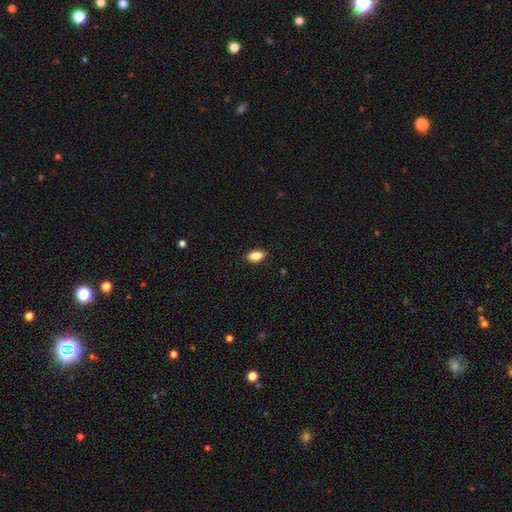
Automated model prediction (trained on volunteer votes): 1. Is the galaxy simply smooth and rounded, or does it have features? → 85% smooth, 8% star or artifact, 7% featured or disk.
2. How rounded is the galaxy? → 90% in between, 5% round, 4% cigar-shaped.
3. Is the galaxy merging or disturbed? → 89% none, 9% minor disturbance, 2% major disturbance, 1% merger.